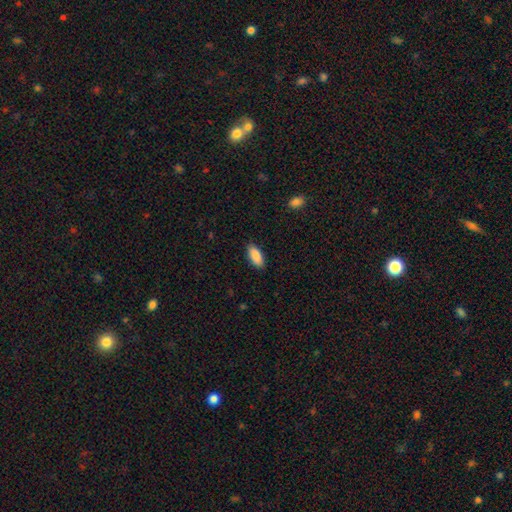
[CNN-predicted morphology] smooth-or-featured: smooth: 89% | star or artifact: 6% | featured or disk: 5%
  how-rounded: in between: 87% | cigar-shaped: 11% | round: 2%
  merging: none: 87% | minor disturbance: 10% | major disturbance: 2% | merger: 1%